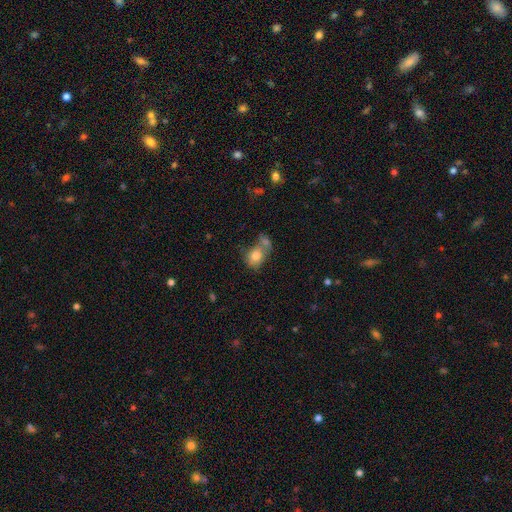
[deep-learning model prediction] smooth 77%, featured or disk 14%, star or artifact 9%. Down the decision tree: how rounded — round (51%); merging — merger (44%).